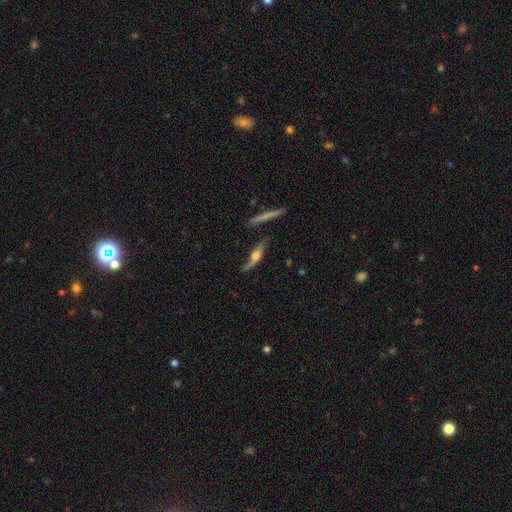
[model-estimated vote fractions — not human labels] The model was most divided on "edge-on disk": yes: 64%, no: 36%. More confident: smooth or featured — featured or disk (68%); merging — none (55%).